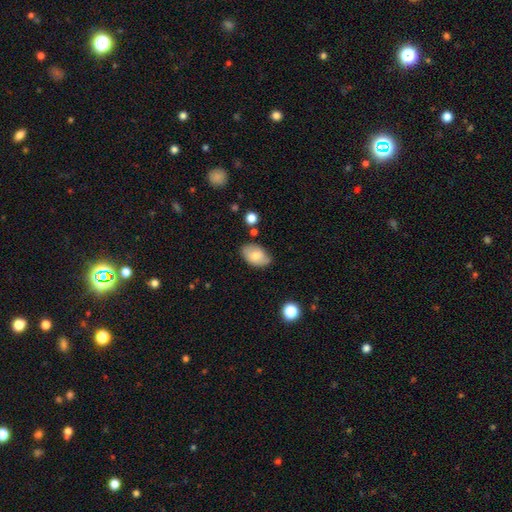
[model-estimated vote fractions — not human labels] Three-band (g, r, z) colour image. It shows a smooth galaxy with no disk features (72%) that is in between round and cigar-shaped (90%). Merging: none (71%).